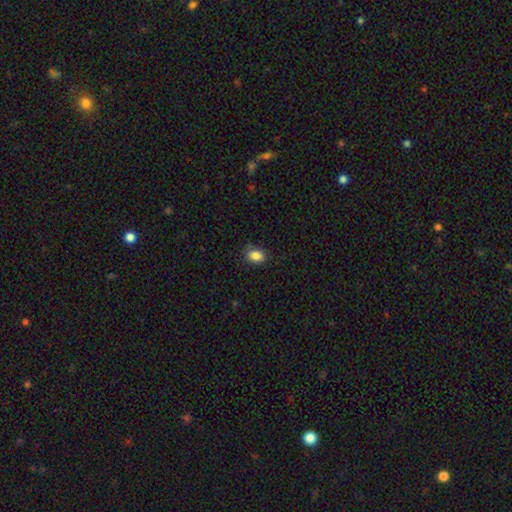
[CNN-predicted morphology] Smooth or featured? Predicted: smooth (p=0.87). How rounded? Predicted: in between (p=0.78). Merging? Predicted: none (p=0.79).